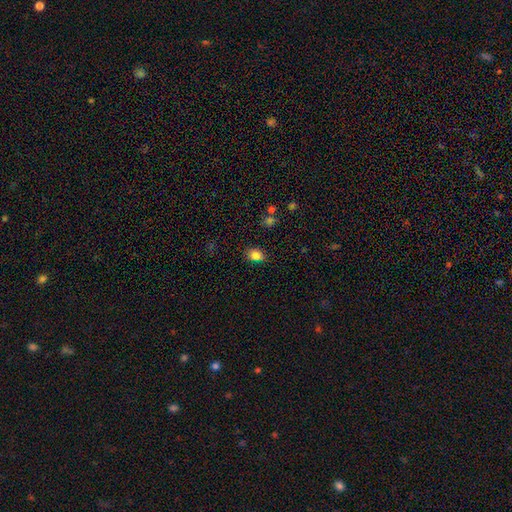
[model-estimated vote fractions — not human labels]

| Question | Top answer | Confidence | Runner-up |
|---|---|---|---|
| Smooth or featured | smooth | 82% | star or artifact (13%) |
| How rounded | in between | 63% | round (35%) |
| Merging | none | 78% | minor disturbance (16%) |